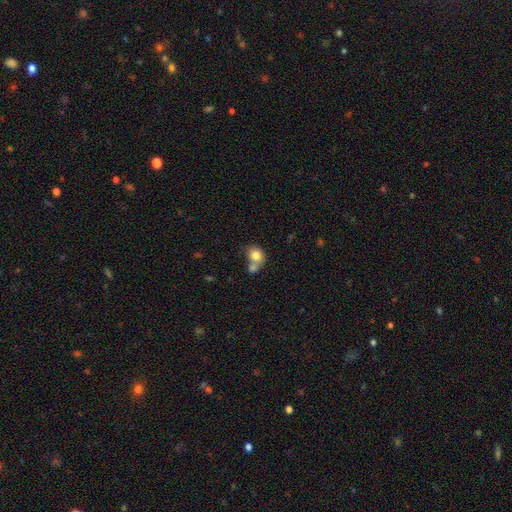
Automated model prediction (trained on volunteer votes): The model was most divided on "merging": merger: 52%, none: 32%, minor disturbance: 10%, major disturbance: 5%. More confident: smooth or featured — smooth (79%); how rounded — round (68%).